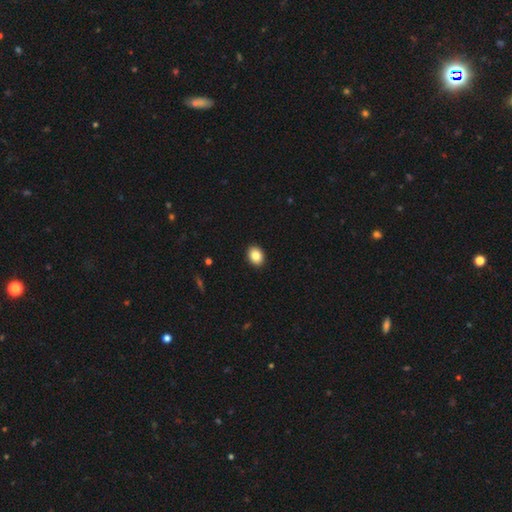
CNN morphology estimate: smooth_or_featured: smooth (p=0.85) [alt: star or artifact p=0.09]
how_rounded: in between (p=0.61) [alt: round p=0.38]
merging: none (p=0.92) [alt: minor disturbance p=0.06]